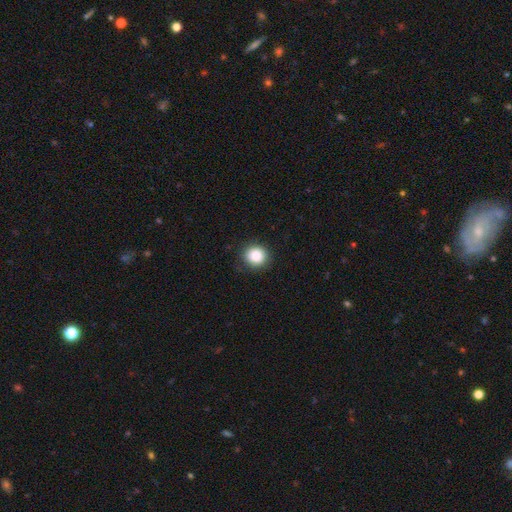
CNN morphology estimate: Smooth or featured? smooth (86%)
How rounded? round (88%)
Merging? none (88%)